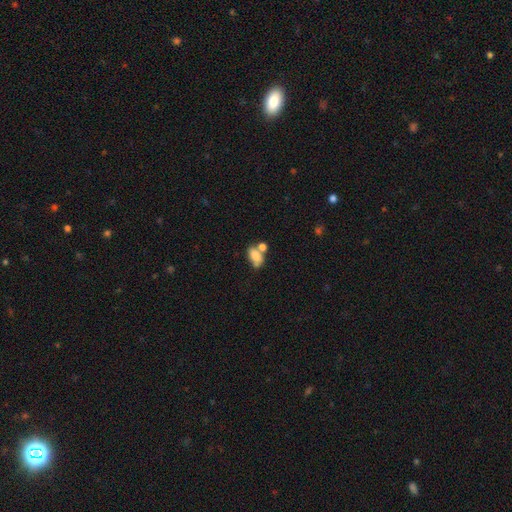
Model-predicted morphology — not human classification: smooth-or-featured: smooth: 74% | featured or disk: 17% | star or artifact: 9%
  how-rounded: in between: 87% | round: 11% | cigar-shaped: 2%
  merging: merger: 44% | none: 33% | minor disturbance: 16% | major disturbance: 8%